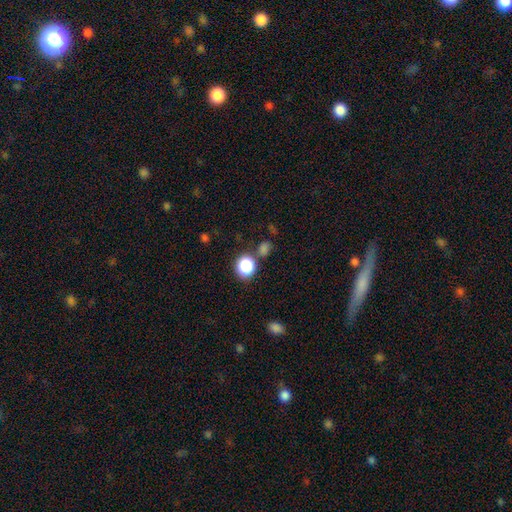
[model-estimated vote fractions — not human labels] Smooth or featured: smooth — 41% (star or artifact — 36%)
Merging: none — 81% (minor disturbance — 9%)